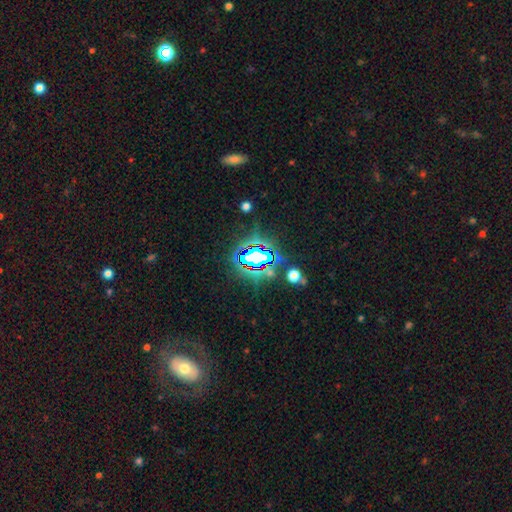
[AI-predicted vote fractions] Morphology: type=star or artifact (73%).